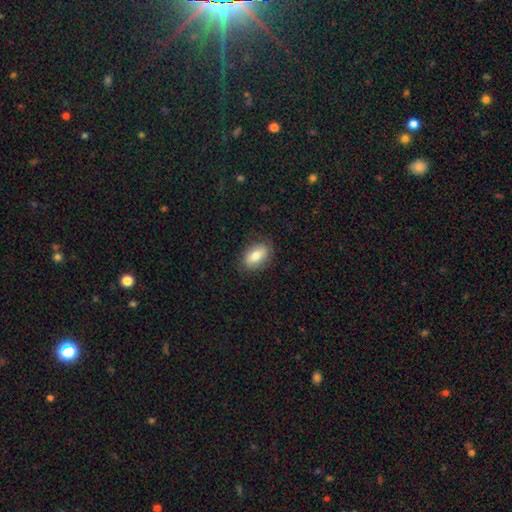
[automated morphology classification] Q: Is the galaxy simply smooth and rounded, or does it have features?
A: smooth — 78%.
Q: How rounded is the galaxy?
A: in between — 90%.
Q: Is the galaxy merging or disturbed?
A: none — 84%.